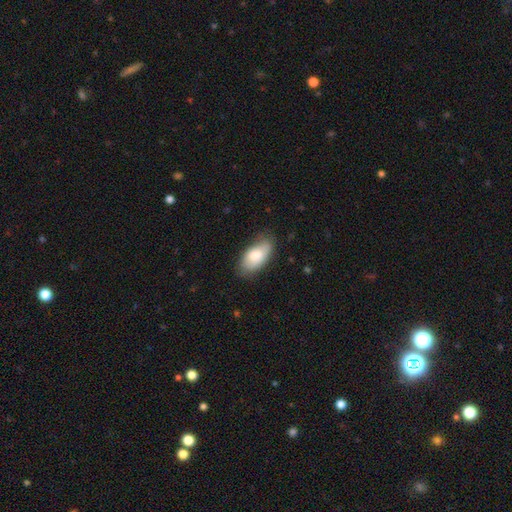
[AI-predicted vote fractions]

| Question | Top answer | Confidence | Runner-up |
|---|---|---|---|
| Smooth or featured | smooth | 79% | featured or disk (14%) |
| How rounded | in between | 92% | cigar-shaped (5%) |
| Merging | none | 73% | minor disturbance (22%) |